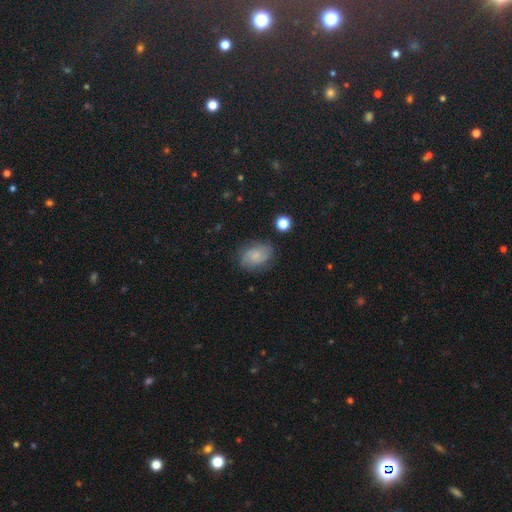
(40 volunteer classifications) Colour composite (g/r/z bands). It shows a featured or disk galaxy (52%) with no bar (75%), tight (57%) spiral arms (70%) and a small central bulge (40%). Merging: none (83%).